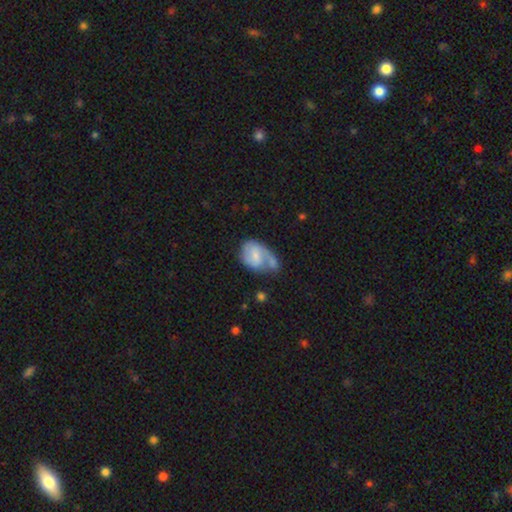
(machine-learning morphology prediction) Smooth or featured?
  - featured or disk: 56% *
  - smooth: 37%
  - star or artifact: 6%
Edge-on disk?
  - no: 97% *
  - yes: 3%
Bar?
  - weak: 48% *
  - no: 40%
  - strong: 12%
Spiral arms?
  - yes: 81% *
  - no: 19%
Bulge size?
  - small: 54% *
  - moderate: 28%
  - none: 14%
  - large: 3%
  - dominant: 1%
Merging?
  - none: 33% *
  - minor disturbance: 29%
  - major disturbance: 24%
  - merger: 15%